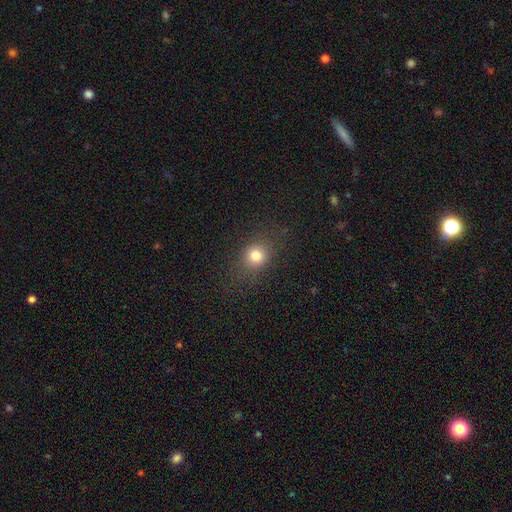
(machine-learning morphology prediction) This appears to be a smooth galaxy with no disk features (78%) that is round (74%). Merging: none (81%).